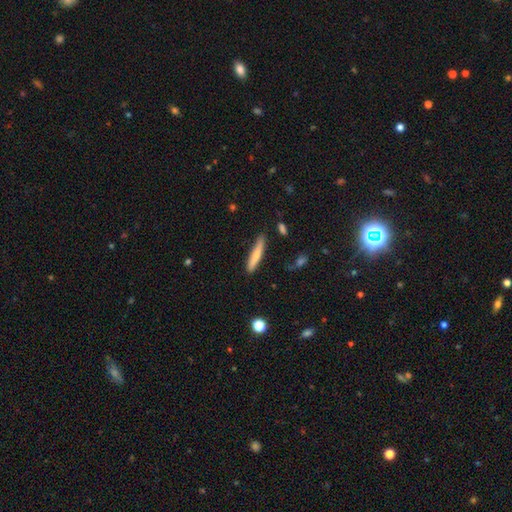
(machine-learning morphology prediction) Smooth or featured? Predicted: smooth (p=0.72). How rounded? Predicted: cigar-shaped (p=0.91). Merging? Predicted: none (p=0.83).